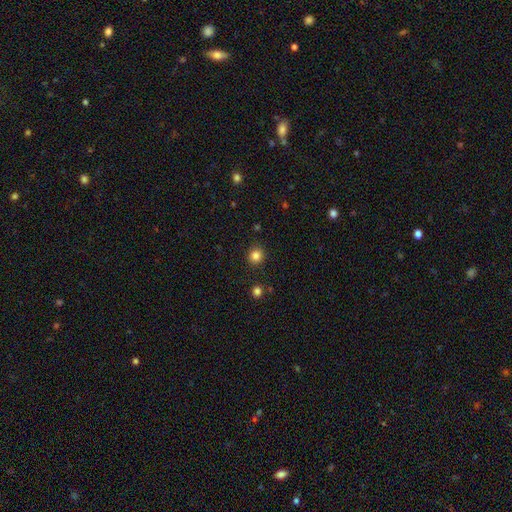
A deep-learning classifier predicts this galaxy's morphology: This appears to be a smooth galaxy with no disk features (83%) that is round (89%). Merging: none (90%).